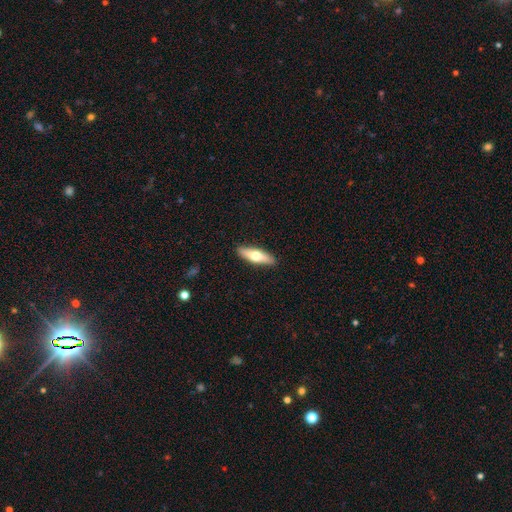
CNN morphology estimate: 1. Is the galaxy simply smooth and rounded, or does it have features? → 56% smooth, 39% featured or disk, 5% star or artifact.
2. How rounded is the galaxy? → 56% cigar-shaped, 42% in between, 2% round.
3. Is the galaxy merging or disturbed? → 90% none, 7% minor disturbance, 2% major disturbance, 1% merger.